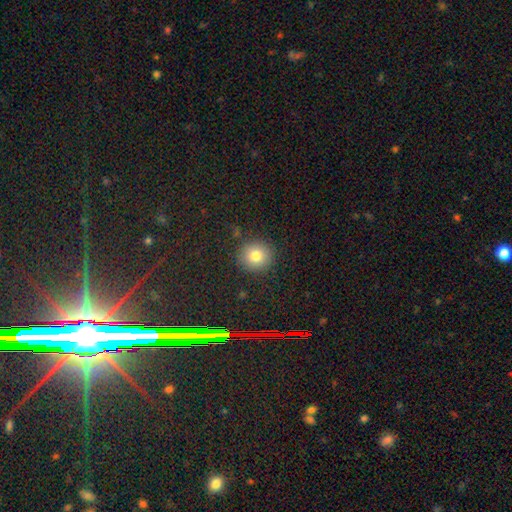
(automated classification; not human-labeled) smooth 79%, star or artifact 14%, featured or disk 8%. Down the decision tree: how rounded — round (92%); merging — none (89%).